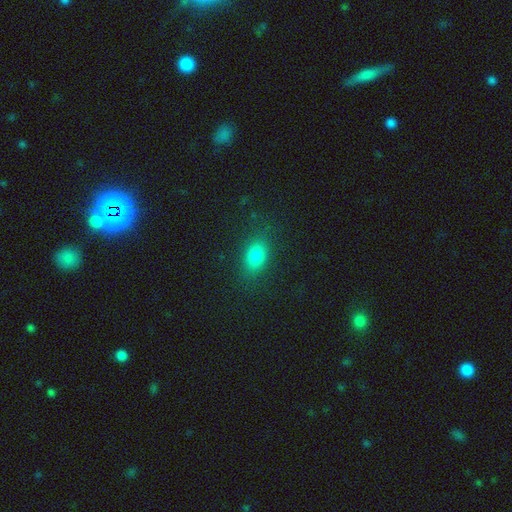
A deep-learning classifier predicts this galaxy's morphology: A smooth galaxy with no disk features (79%) that is in between round and cigar-shaped (75%).

Vote fractions:
- Smooth or featured? smooth: 79% / star or artifact: 13% / featured or disk: 8%
- How rounded? in between: 75% / round: 21% / cigar-shaped: 4%
- Merging? none: 82% / minor disturbance: 12% / major disturbance: 4% / merger: 1%